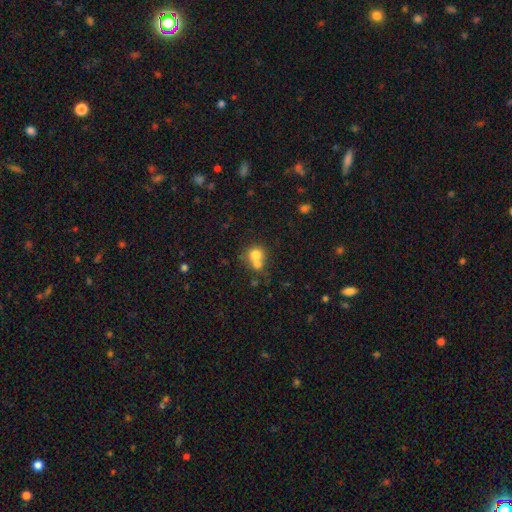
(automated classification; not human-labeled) smooth 73%, featured or disk 15%, star or artifact 12%. Down the decision tree: how rounded — round (82%); merging — merger (56%).